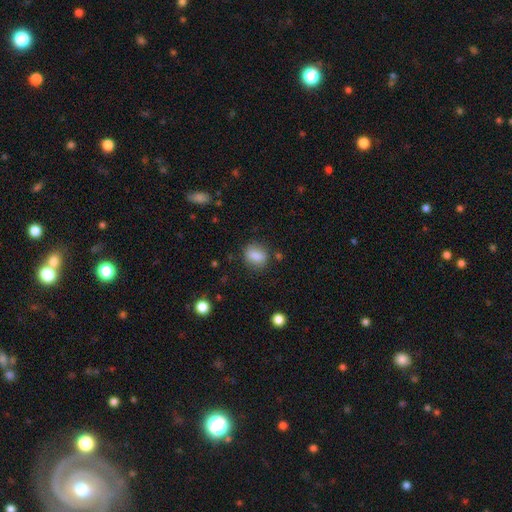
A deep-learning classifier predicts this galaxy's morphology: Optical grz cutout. It shows a smooth galaxy with no disk features (84%) that is in between round and cigar-shaped (58%). Merging: none (77%).